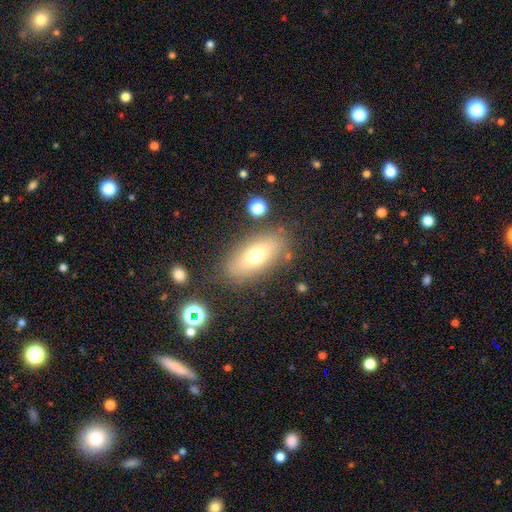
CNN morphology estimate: Overall: smooth (65%). How rounded: in between (80%). Merging: none (79%).